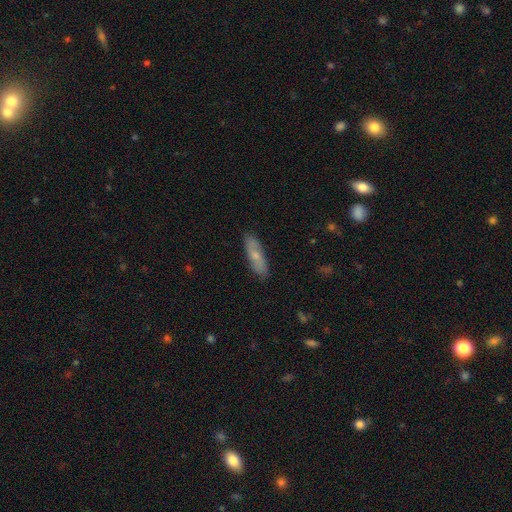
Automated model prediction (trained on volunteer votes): This appears to be a smooth galaxy with no disk features (60%) that is cigar-shaped (56%). Merging: none (86%).